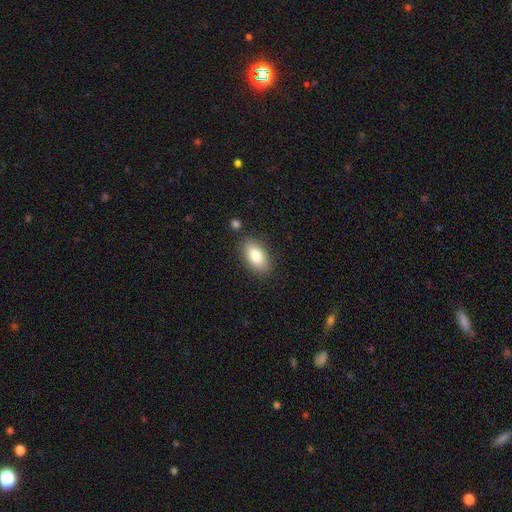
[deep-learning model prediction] Smooth or featured? Predicted: smooth (p=0.81). How rounded? Predicted: in between (p=0.91). Merging? Predicted: none (p=0.84).